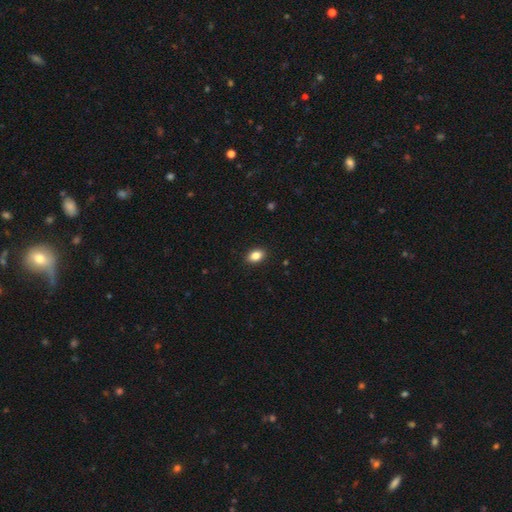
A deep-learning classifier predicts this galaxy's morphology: This is clearly a smooth galaxy (86%). How rounded: clearly in between (85%). Merging: clearly none (90%).